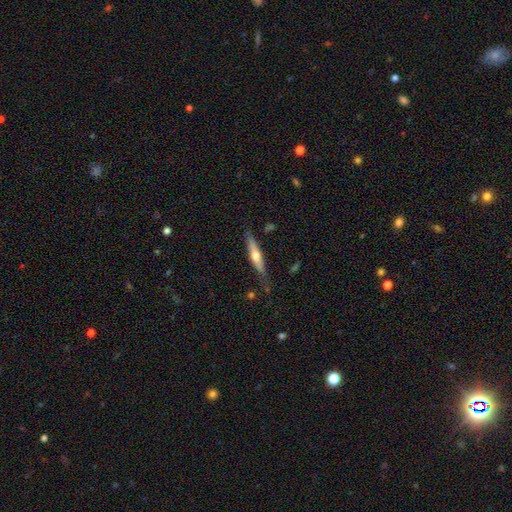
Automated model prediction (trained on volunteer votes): Overall: featured or disk (56%; smooth 38%). Edge-on disk: yes (94%). Edge-on bulge: rounded (91%). Merging: none (77%).